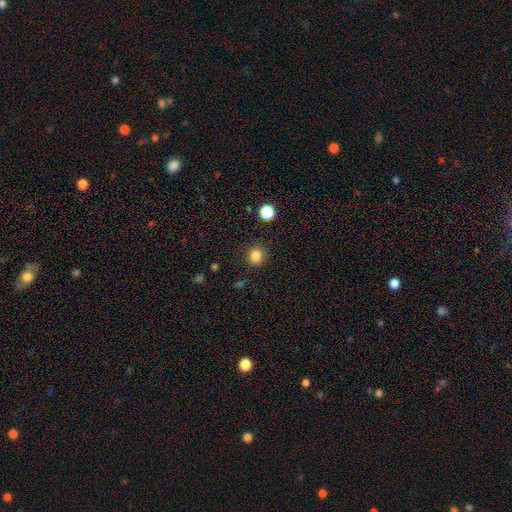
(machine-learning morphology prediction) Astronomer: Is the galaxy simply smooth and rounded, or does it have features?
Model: smooth — 83%.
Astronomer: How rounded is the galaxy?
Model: round — 86%.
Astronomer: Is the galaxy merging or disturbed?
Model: none — 89%.